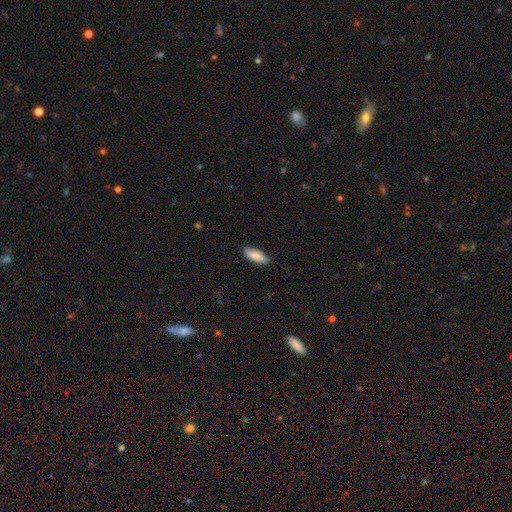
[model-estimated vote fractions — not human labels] Q: Smooth or featured?
A: smooth (88%); runner-up: featured or disk (7%)
Q: How rounded?
A: in between (71%); runner-up: cigar-shaped (27%)
Q: Merging?
A: none (84%); runner-up: minor disturbance (13%)